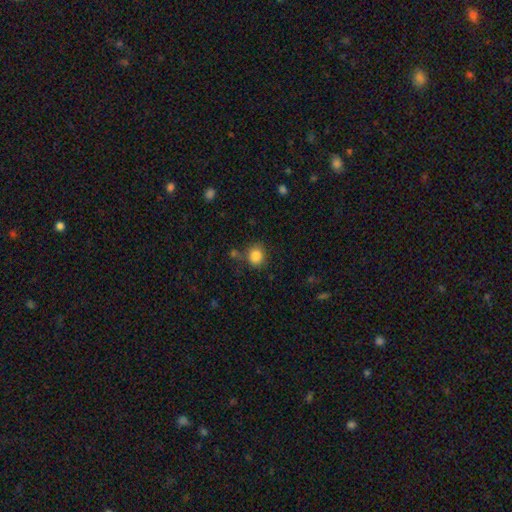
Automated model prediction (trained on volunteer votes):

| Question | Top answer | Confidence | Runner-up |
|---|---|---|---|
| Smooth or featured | smooth | 85% | star or artifact (10%) |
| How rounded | round | 76% | in between (23%) |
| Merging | none | 76% | minor disturbance (14%) |